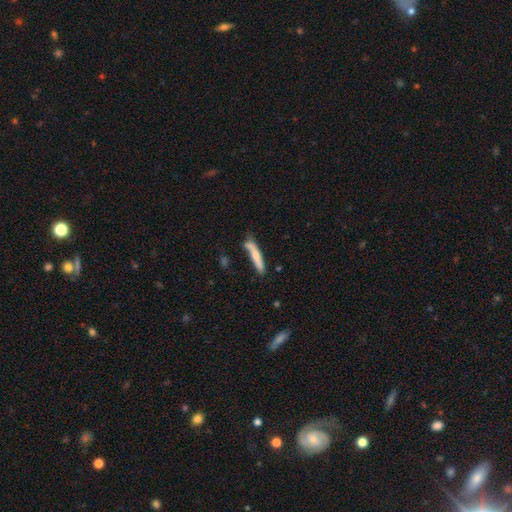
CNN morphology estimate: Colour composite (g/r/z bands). It shows a smooth galaxy with no disk features (66%) that is cigar-shaped (90%). Merging: none (61%).